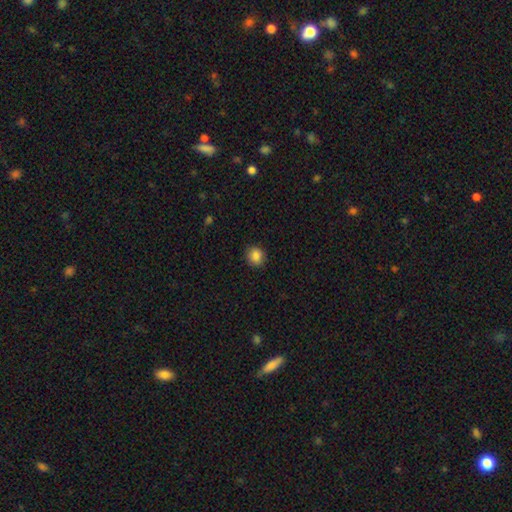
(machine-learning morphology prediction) Smooth or featured? smooth (86%)
How rounded? round (82%)
Merging? none (89%)